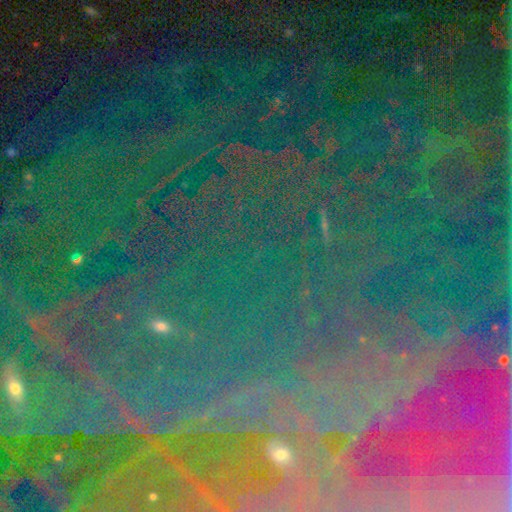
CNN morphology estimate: Smooth or featured? Predicted: star or artifact (p=0.84).